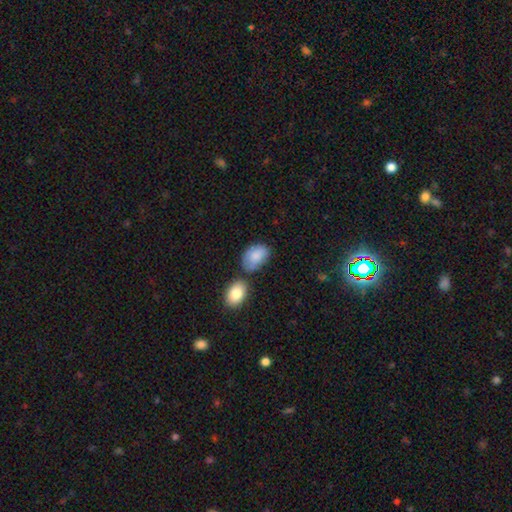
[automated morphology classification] type=smooth (84%); roundness=in between (89%); merging=none (47%).